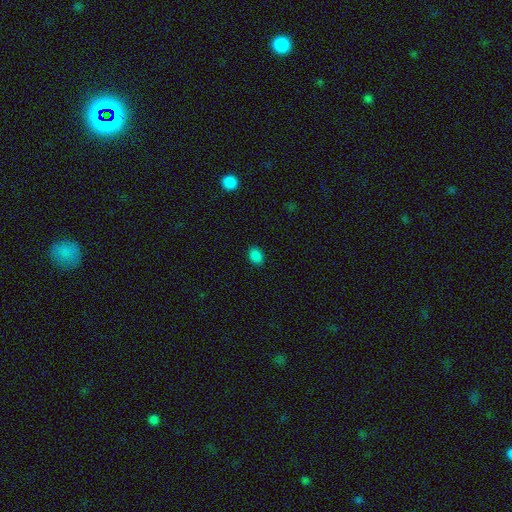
Overall: smooth (95%). How rounded: in between (73%). Merging: none (89%).